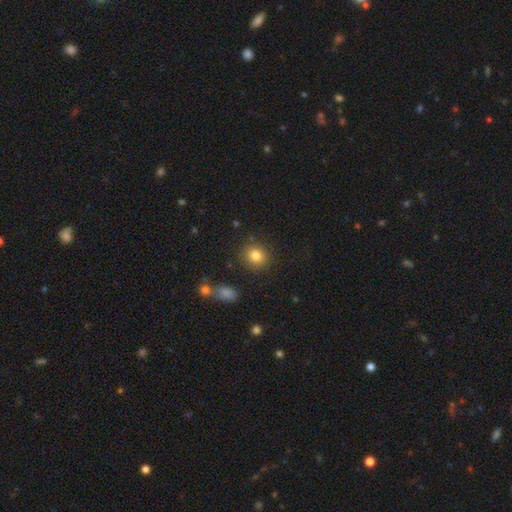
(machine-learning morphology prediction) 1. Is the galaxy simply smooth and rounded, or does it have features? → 83% smooth, 11% star or artifact, 6% featured or disk.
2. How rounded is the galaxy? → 83% round, 16% in between, 1% cigar-shaped.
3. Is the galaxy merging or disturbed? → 87% none, 8% minor disturbance, 3% major disturbance, 3% merger.